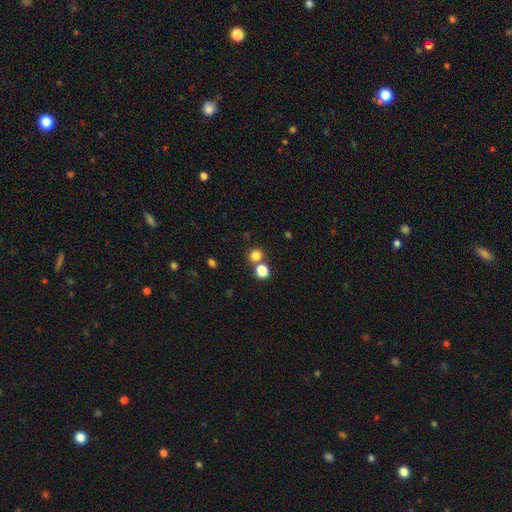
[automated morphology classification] This appears to be a smooth galaxy with no disk features (80%) that is round (85%). Merging: none (64%).